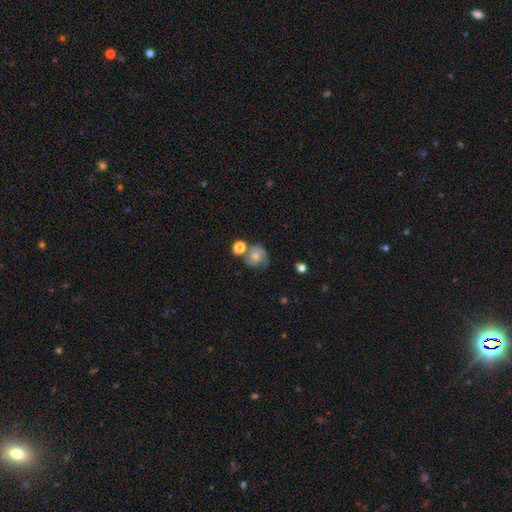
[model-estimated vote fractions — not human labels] featured or disk 51%, smooth 39%, star or artifact 10%. Down the decision tree: edge-on disk — no (98%); bar — no (74%); spiral arms — yes (85%); bulge size — moderate (44%); merging — none (49%).